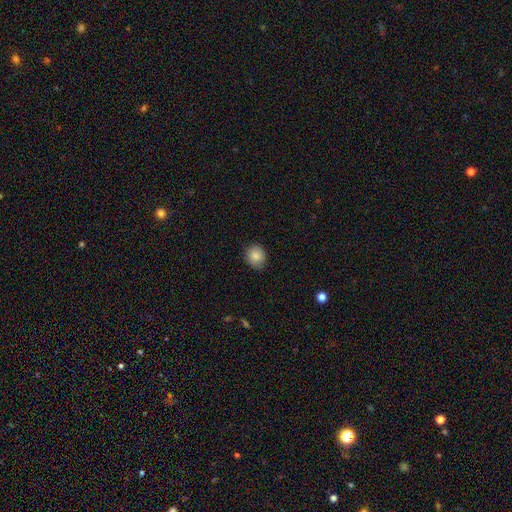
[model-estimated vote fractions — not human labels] Smooth or featured: smooth — 85% (star or artifact — 9%)
How rounded: round — 83% (in between — 16%)
Merging: none — 86% (minor disturbance — 11%)